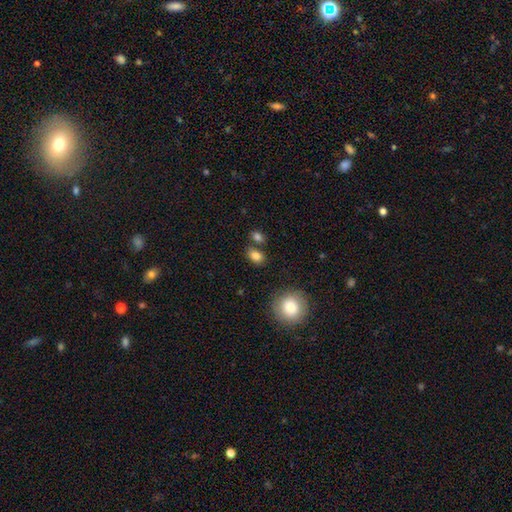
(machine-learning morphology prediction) Q: Smooth or featured?
A: smooth (83%); runner-up: star or artifact (10%)
Q: How rounded?
A: in between (72%); runner-up: round (26%)
Q: Merging?
A: none (70%); runner-up: merger (15%)